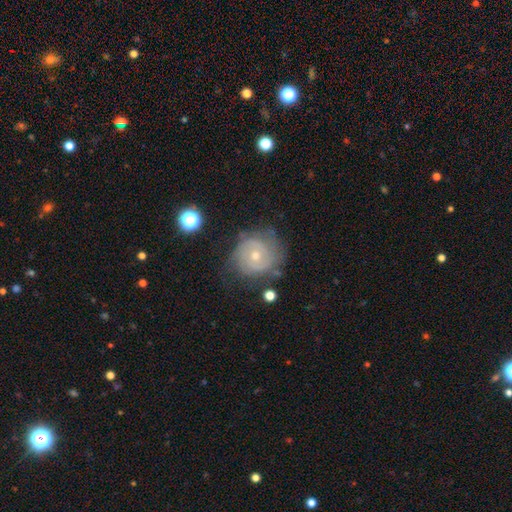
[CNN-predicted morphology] Smooth or featured?
  - featured or disk: 70% *
  - smooth: 22%
  - star or artifact: 8%
Edge-on disk?
  - no: 98% *
  - yes: 2%
Bar?
  - no: 75% *
  - weak: 21%
  - strong: 4%
Spiral arms?
  - yes: 84% *
  - no: 16%
Spiral winding?
  - tight: 64% *
  - medium: 27%
  - loose: 8%
Spiral arm count?
  - 2: 44% *
  - can't tell: 34%
  - 3: 11%
  - 1: 5%
  - 4: 3%
  - more than 4: 3%
Bulge size?
  - moderate: 50% *
  - small: 47%
  - large: 1%
  - none: 1%
  - dominant: 1%
Merging?
  - none: 67% *
  - minor disturbance: 22%
  - major disturbance: 9%
  - merger: 2%